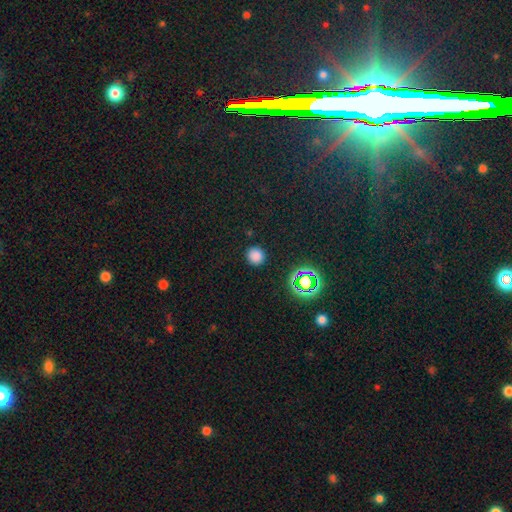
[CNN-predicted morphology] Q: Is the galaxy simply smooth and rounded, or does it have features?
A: smooth — 78%.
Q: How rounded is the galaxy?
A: round — 92%.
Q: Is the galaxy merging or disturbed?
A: none — 90%.